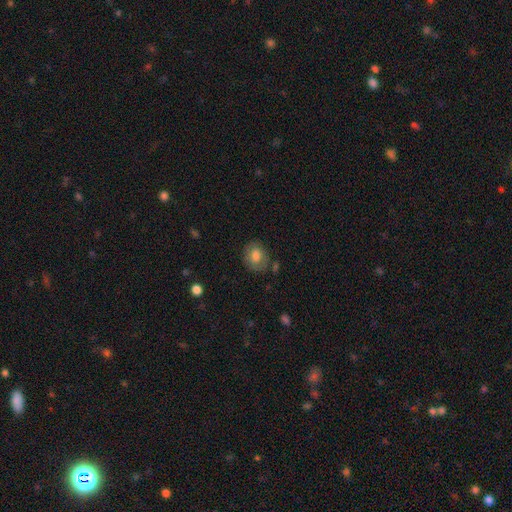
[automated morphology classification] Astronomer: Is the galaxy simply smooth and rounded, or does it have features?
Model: smooth — 76%.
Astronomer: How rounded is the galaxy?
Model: round — 59% (runner-up: in between, 40%).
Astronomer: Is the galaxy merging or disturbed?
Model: none — 72%.